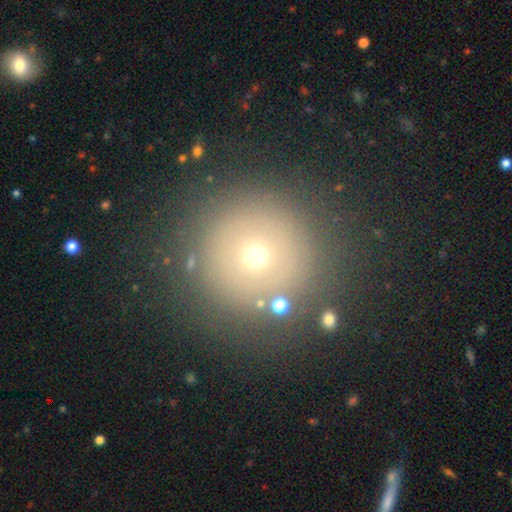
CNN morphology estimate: Overall: smooth (60%; star or artifact 22%). How rounded: round (95%). Merging: none (84%).